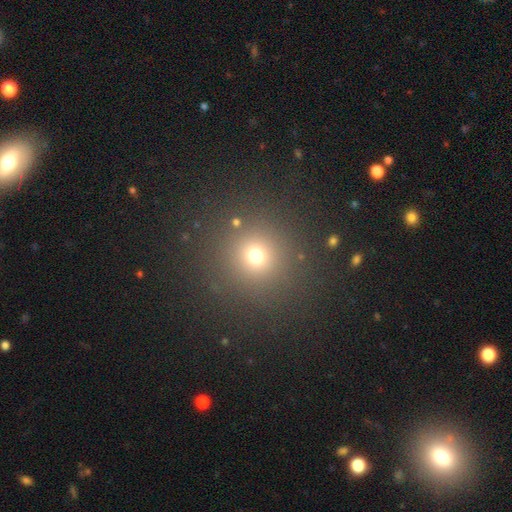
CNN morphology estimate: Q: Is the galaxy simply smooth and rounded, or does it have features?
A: smooth — 69%.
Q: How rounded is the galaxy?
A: round — 93%.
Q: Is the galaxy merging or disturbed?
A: none — 86%.